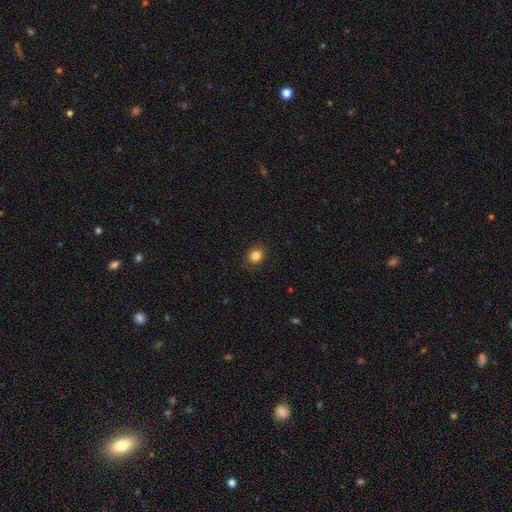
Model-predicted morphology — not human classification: A smooth galaxy with no disk features (84%) that is round (69%). Merging: none (88%).